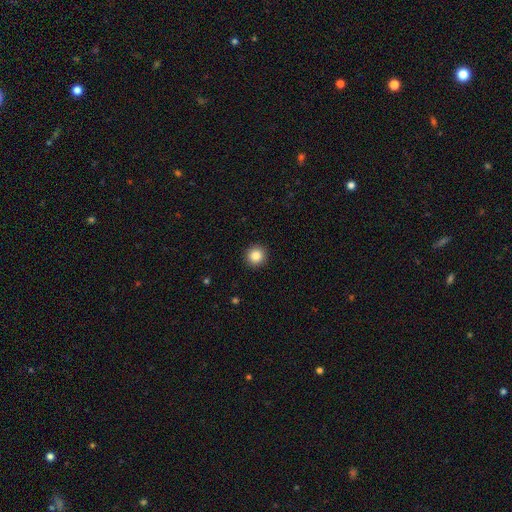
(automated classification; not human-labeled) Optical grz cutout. It shows a smooth galaxy with no disk features (86%) that is round (94%). Merging: none (93%).